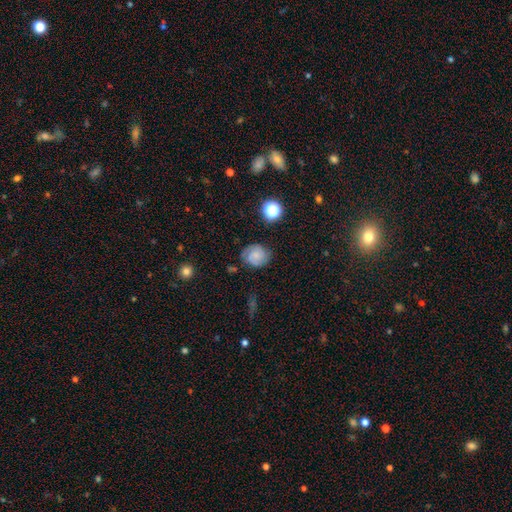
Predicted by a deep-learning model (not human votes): Smooth or featured? Predicted: smooth (p=0.49). Merging? Predicted: none (p=0.73).